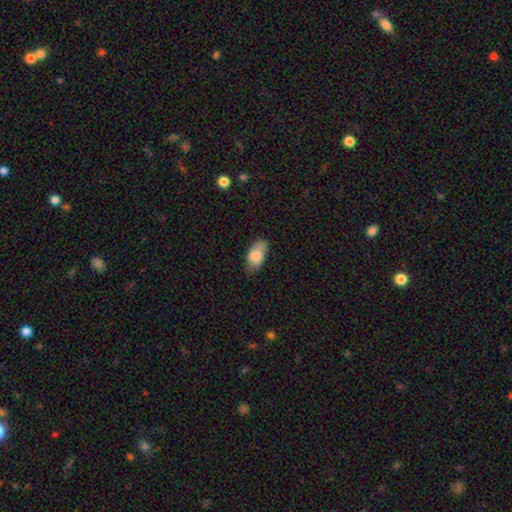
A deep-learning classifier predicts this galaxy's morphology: Overall: smooth (79%). How rounded: in between (91%). Merging: none (59%; minor disturbance 30%).